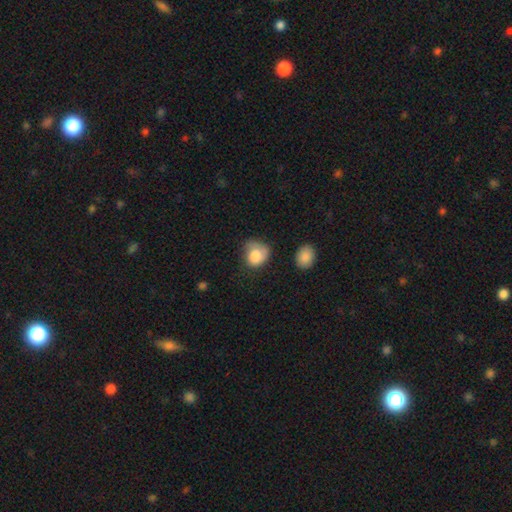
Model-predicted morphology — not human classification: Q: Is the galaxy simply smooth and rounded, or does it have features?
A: smooth — 79%.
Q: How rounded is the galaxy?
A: round — 67%.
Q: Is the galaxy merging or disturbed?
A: none — 39%.